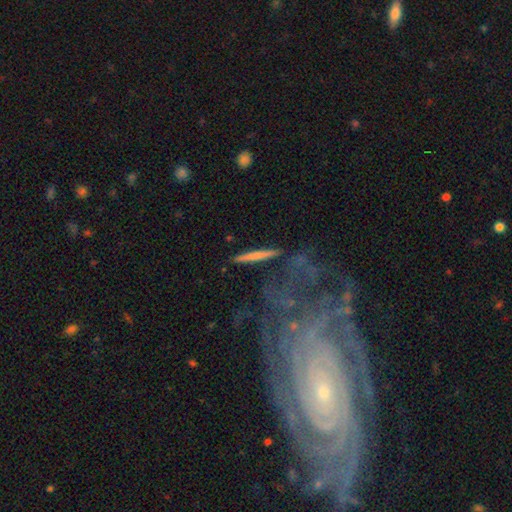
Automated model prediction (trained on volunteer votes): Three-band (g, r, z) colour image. It shows a smooth galaxy with no disk features (61%) that is cigar-shaped (95%). Merging: none (85%).